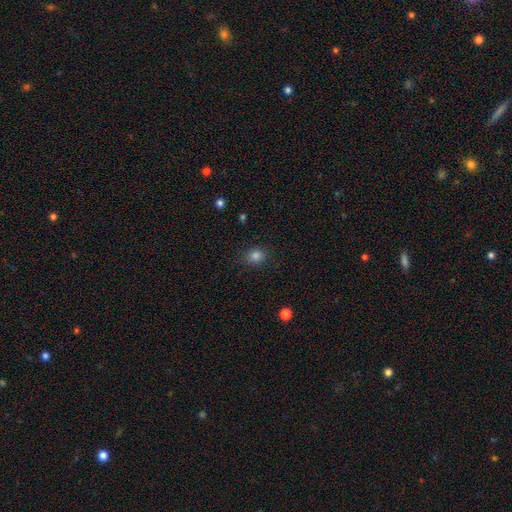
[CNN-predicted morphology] Smooth or featured? Predicted: smooth (p=0.83). How rounded? Predicted: round (p=0.66). Merging? Predicted: none (p=0.85).